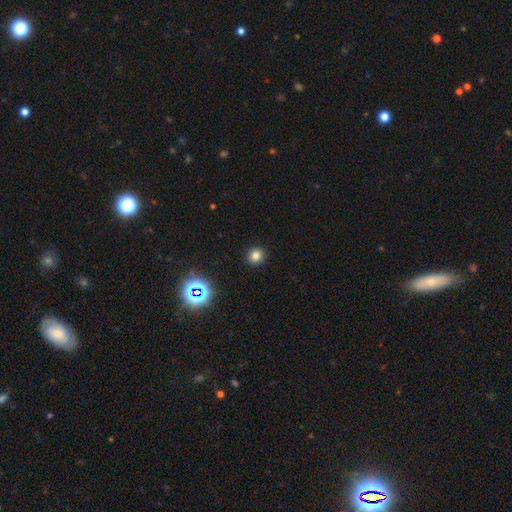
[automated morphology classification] This appears to be a smooth galaxy with no disk features (79%) that is round (90%). Merging: none (92%).